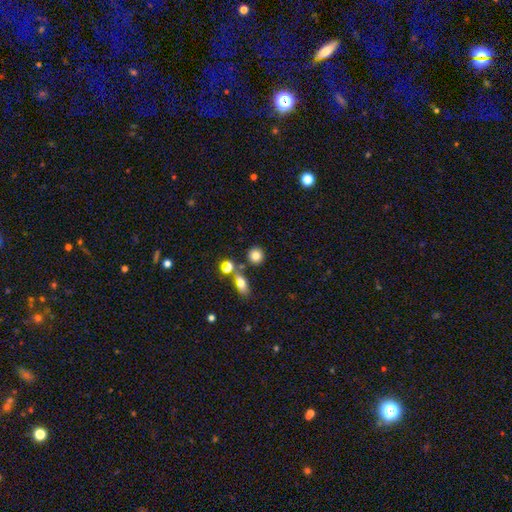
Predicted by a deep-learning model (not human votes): A smooth galaxy with no disk features (79%) that is round (87%). Merging: none (77%).